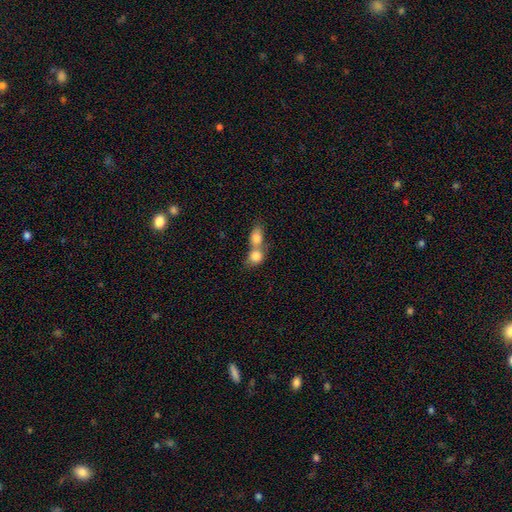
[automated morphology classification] smooth 79%, featured or disk 13%, star or artifact 8%. Down the decision tree: how rounded — round (49%); merging — merger (75%).